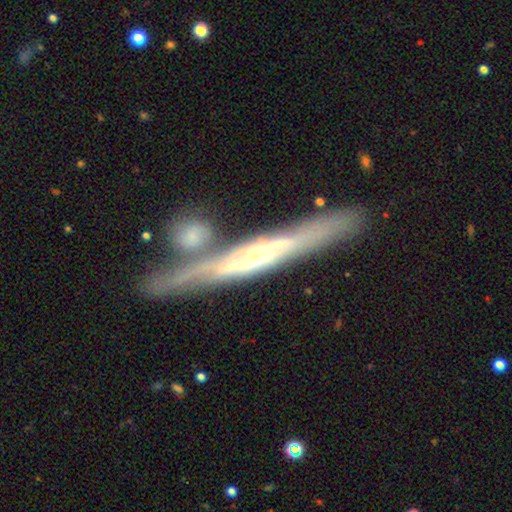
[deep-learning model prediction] Smooth or featured? featured or disk (77%)
Edge-on disk? yes (88%)
Edge-on bulge? rounded (64%)
Merging? none (67%)